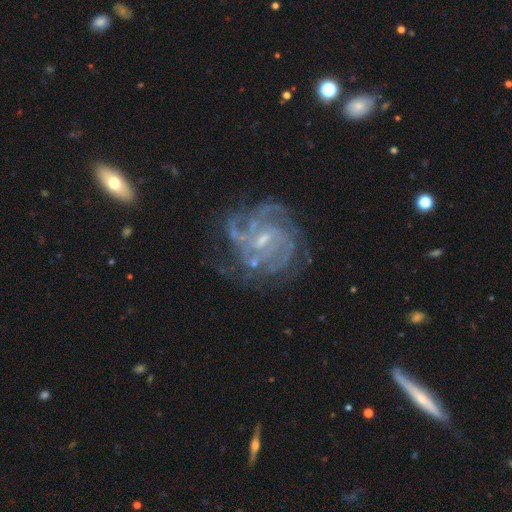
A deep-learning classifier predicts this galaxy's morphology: featured or disk 85%, star or artifact 8%, smooth 7%. Down the decision tree: edge-on disk — no (98%); bar — weak (57%); spiral arms — yes (89%); spiral arm count — can't tell (40%); spiral winding — tight (53%); bulge size — small (50%); merging — none (59%).